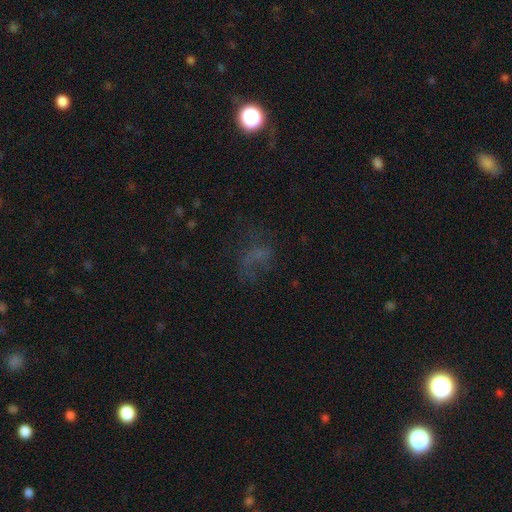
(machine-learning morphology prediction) Smooth or featured? Predicted: smooth (p=0.35). Merging? Predicted: none (p=0.42).